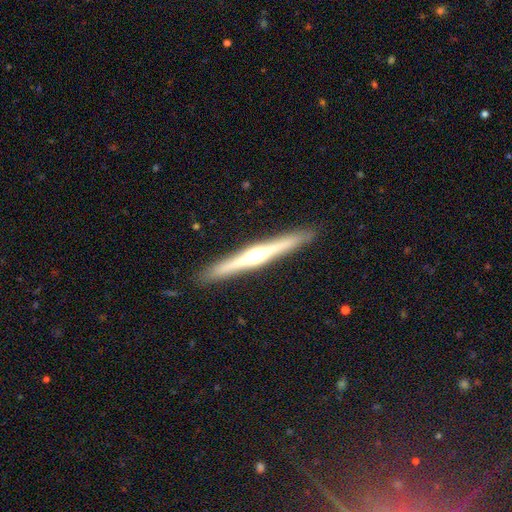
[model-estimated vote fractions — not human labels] Smooth or featured: featured or disk — 76% (smooth — 18%)
Edge-on disk: yes — 98% (no — 2%)
Edge-on bulge: rounded — 87% (none — 7%)
Merging: none — 92% (minor disturbance — 6%)